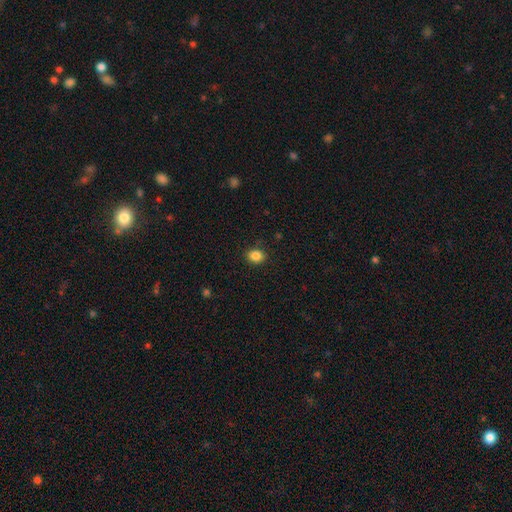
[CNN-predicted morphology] smooth-or-featured: smooth: 86% | star or artifact: 10% | featured or disk: 4%
  how-rounded: round: 63% | in between: 36% | cigar-shaped: 1%
  merging: none: 87% | minor disturbance: 9% | major disturbance: 2% | merger: 1%